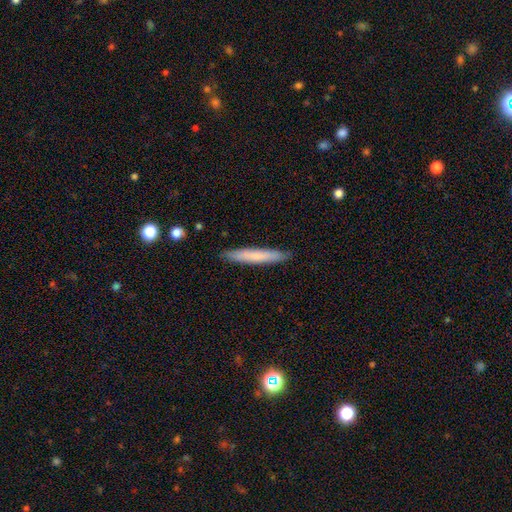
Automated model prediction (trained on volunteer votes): Overall: smooth (71%). How rounded: cigar-shaped (95%). Merging: none (89%).